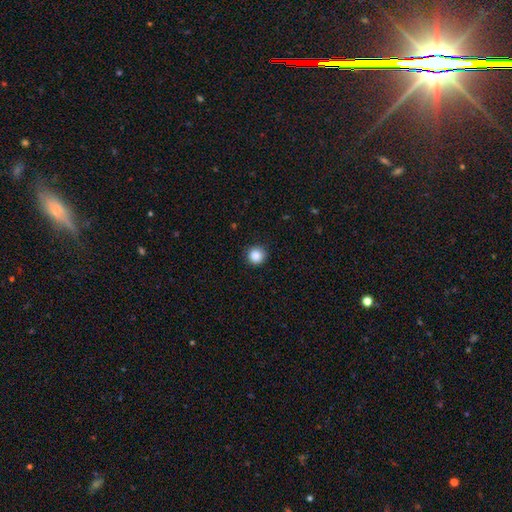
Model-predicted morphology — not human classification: A smooth galaxy with no disk features (86%) that is round (94%). Merging: none (91%).